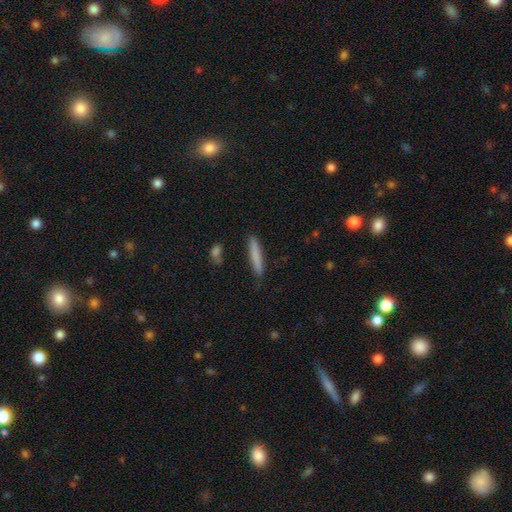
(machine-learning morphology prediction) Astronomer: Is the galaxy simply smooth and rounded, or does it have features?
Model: smooth — 79%.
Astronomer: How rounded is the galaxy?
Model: cigar-shaped — 93%.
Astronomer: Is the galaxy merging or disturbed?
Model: none — 86%.